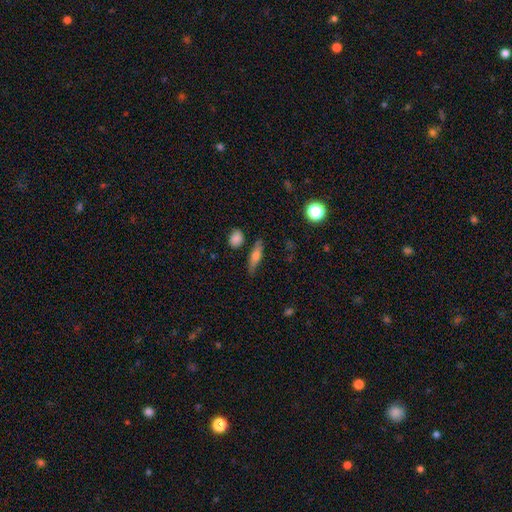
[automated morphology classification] Smooth or featured?
  - smooth: 54% *
  - featured or disk: 38%
  - star or artifact: 8%
How rounded?
  - cigar-shaped: 61% *
  - in between: 33%
  - round: 5%
Merging?
  - none: 79% *
  - minor disturbance: 14%
  - merger: 4%
  - major disturbance: 3%